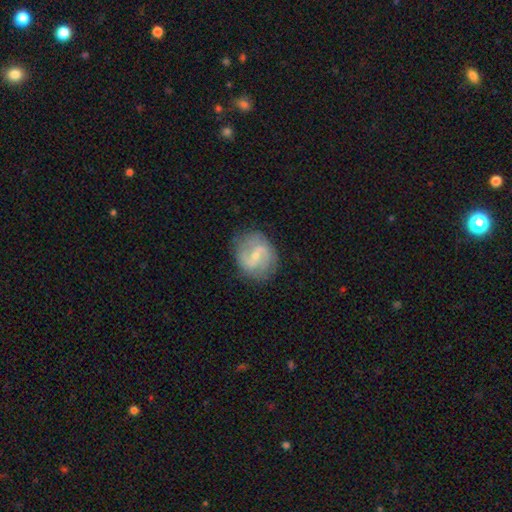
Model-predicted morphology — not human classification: Smooth or featured? featured or disk (77%)
Edge-on disk? no (98%)
Bar? weak (56%)
Spiral arms? yes (92%)
Spiral winding? medium (48%)
Spiral arm count? 2 (83%)
Bulge size? small (71%)
Merging? none (79%)